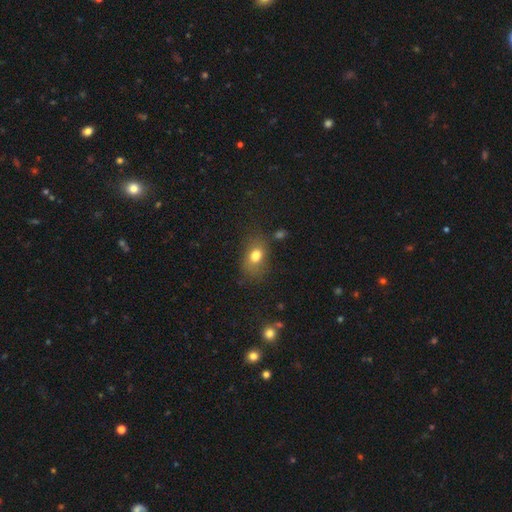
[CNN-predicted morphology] Smooth or featured?
  - smooth: 77% *
  - star or artifact: 12%
  - featured or disk: 12%
How rounded?
  - in between: 71% *
  - round: 28%
  - cigar-shaped: 2%
Merging?
  - none: 66% *
  - minor disturbance: 21%
  - major disturbance: 9%
  - merger: 4%